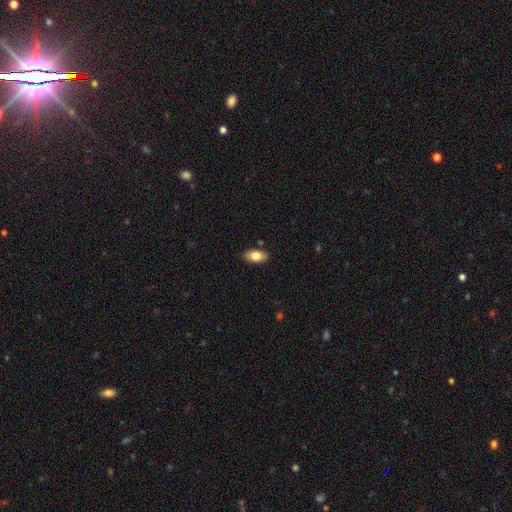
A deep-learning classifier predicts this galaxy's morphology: Smooth or featured?
  - smooth: 81% *
  - featured or disk: 12%
  - star or artifact: 7%
How rounded?
  - in between: 93% *
  - round: 4%
  - cigar-shaped: 3%
Merging?
  - none: 87% *
  - minor disturbance: 10%
  - major disturbance: 2%
  - merger: 2%